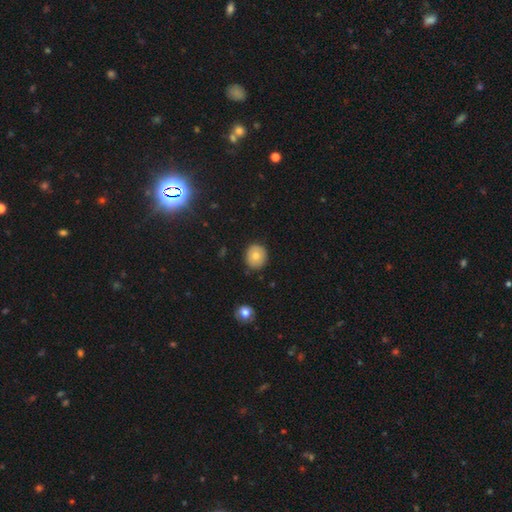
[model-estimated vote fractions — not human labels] The model was most divided on "smooth or featured": smooth: 77%, featured or disk: 14%, star or artifact: 9%. More confident: merging — none (88%); how rounded — round (86%).